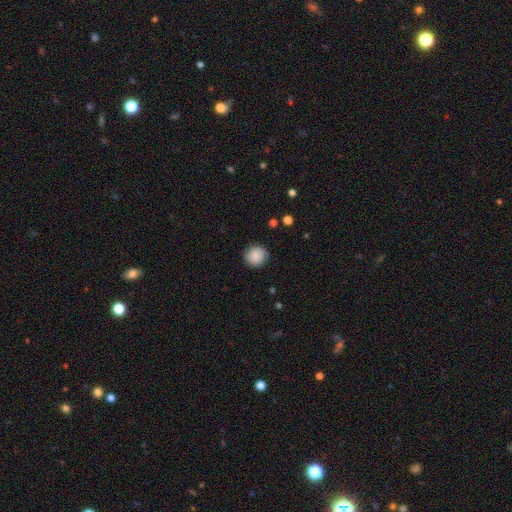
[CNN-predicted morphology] Q: Smooth or featured?
A: smooth (87%); runner-up: star or artifact (8%)
Q: How rounded?
A: round (91%); runner-up: in between (8%)
Q: Merging?
A: none (88%); runner-up: minor disturbance (9%)